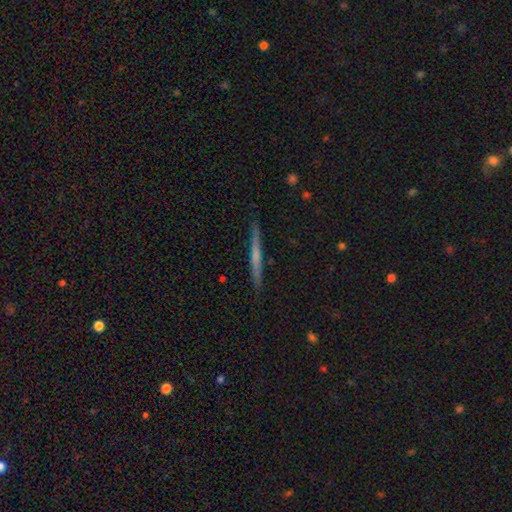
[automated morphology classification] Smooth or featured: featured or disk — 52% (smooth — 42%)
Edge-on disk: yes — 97% (no — 3%)
Edge-on bulge: none — 68% (rounded — 25%)
Merging: none — 89% (minor disturbance — 8%)